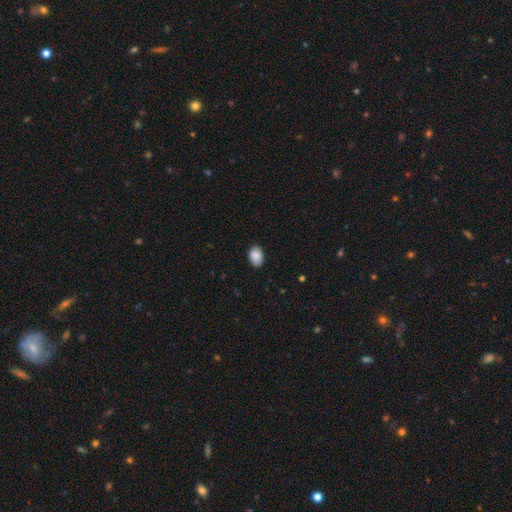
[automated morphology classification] A smooth galaxy with no disk features (89%) that is in between round and cigar-shaped (84%).

Vote fractions:
- Smooth or featured? smooth: 89% / star or artifact: 7% / featured or disk: 4%
- How rounded? in between: 84% / round: 15% / cigar-shaped: 1%
- Merging? none: 86% / minor disturbance: 11% / major disturbance: 2% / merger: 1%